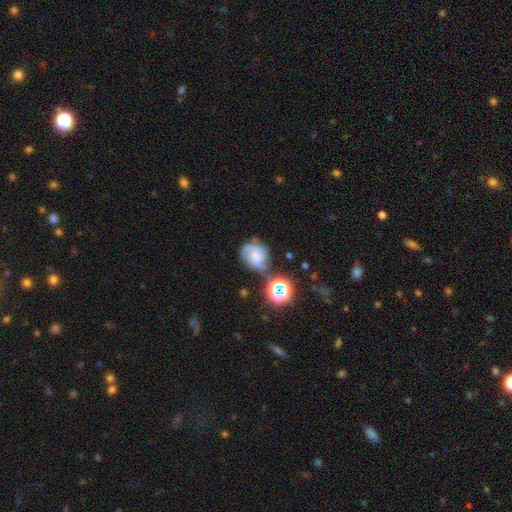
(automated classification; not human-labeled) featured or disk 52%, smooth 34%, star or artifact 13%. Down the decision tree: edge-on disk — no (97%); bar — no (69%); spiral arms — yes (83%); bulge size — none (28%, tied with moderate and small); merging — none (44%).